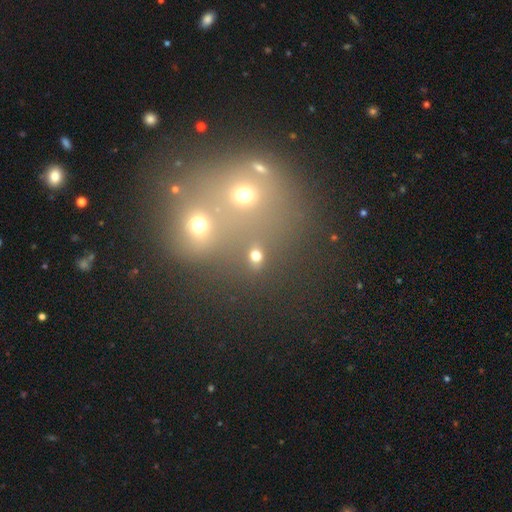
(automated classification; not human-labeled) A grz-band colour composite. It shows a smooth galaxy with no disk features (72%) that is round (54%). Merging: none (77%).